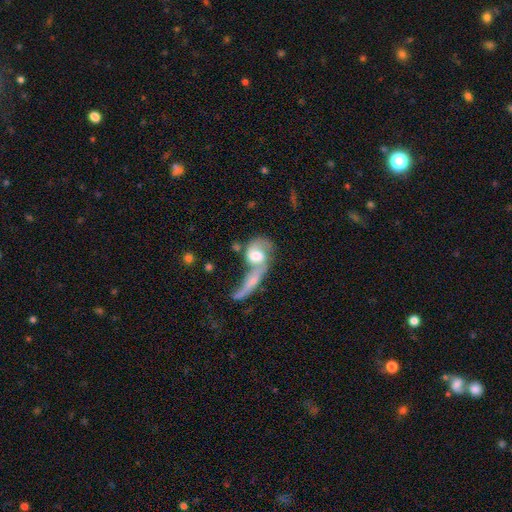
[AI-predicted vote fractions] smooth-or-featured: featured or disk: 56% | smooth: 37% | star or artifact: 7%
  disk-edge-on: no: 91% | yes: 9%
    bar: no: 52% | weak: 35% | strong: 13%
    has-spiral-arms: yes: 69% | no: 31%
    bulge-size: moderate: 53% | large: 26% | small: 12% | none: 7% | dominant: 3%
  merging: merger: 66% | none: 14% | major disturbance: 13% | minor disturbance: 7%